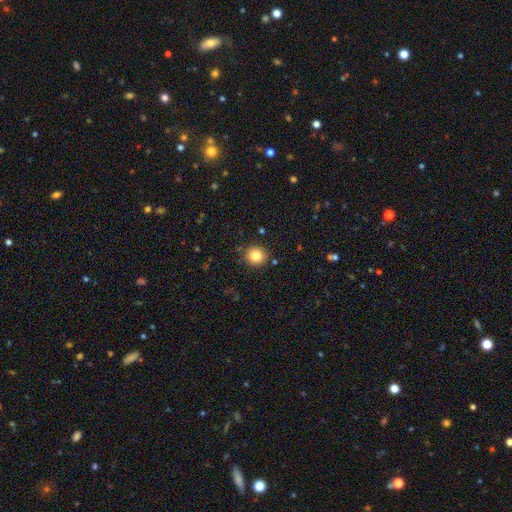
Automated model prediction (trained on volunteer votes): Smooth or featured? smooth (83%)
How rounded? round (92%)
Merging? none (89%)